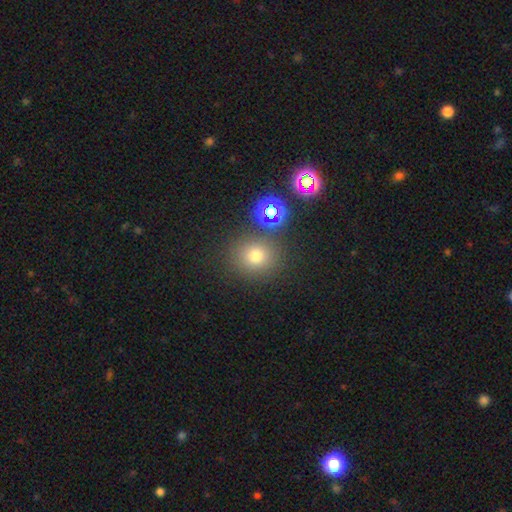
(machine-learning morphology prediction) This is likely a smooth galaxy (70%). How rounded: clearly round (84%). Merging: clearly none (82%).